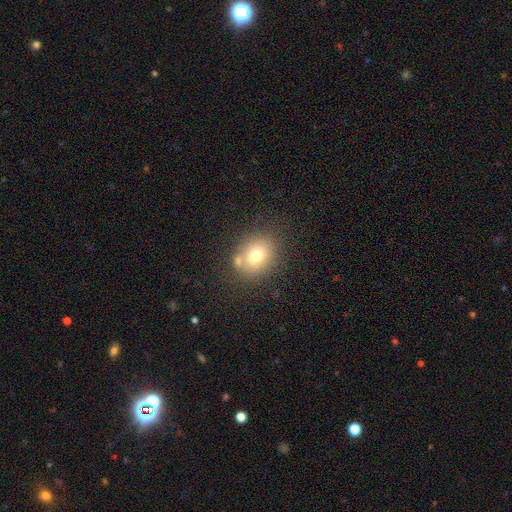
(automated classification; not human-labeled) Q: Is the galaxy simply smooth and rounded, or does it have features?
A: smooth — 73%.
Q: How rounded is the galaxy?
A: round — 65%.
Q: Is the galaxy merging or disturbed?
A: none — 71%.